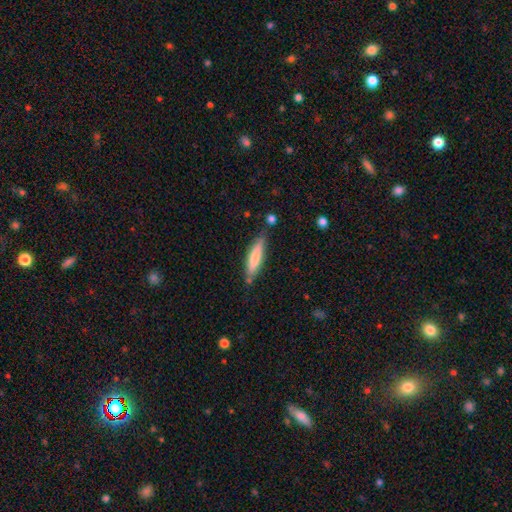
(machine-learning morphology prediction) Smooth or featured?
  - smooth: 68% *
  - featured or disk: 26%
  - star or artifact: 6%
How rounded?
  - cigar-shaped: 83% *
  - in between: 15%
  - round: 1%
Merging?
  - none: 79% *
  - minor disturbance: 15%
  - merger: 3%
  - major disturbance: 3%